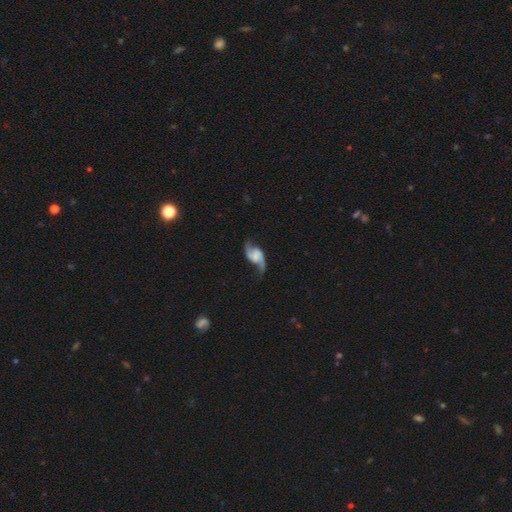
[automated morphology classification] Smooth or featured?
  - featured or disk: 85% *
  - smooth: 10%
  - star or artifact: 6%
Edge-on disk?
  - no: 97% *
  - yes: 3%
Bar?
  - no: 45% *
  - weak: 39%
  - strong: 16%
Spiral arms?
  - yes: 95% *
  - no: 5%
Spiral winding?
  - loose: 69% *
  - medium: 25%
  - tight: 6%
Spiral arm count?
  - 2: 92% *
  - 1: 3%
  - can't tell: 2%
  - 3: 1%
  - 4: 1%
  - more than 4: 1%
Bulge size?
  - none: 42% *
  - small: 30%
  - moderate: 18%
  - large: 7%
  - dominant: 2%
Merging?
  - none: 66% *
  - minor disturbance: 18%
  - major disturbance: 12%
  - merger: 3%